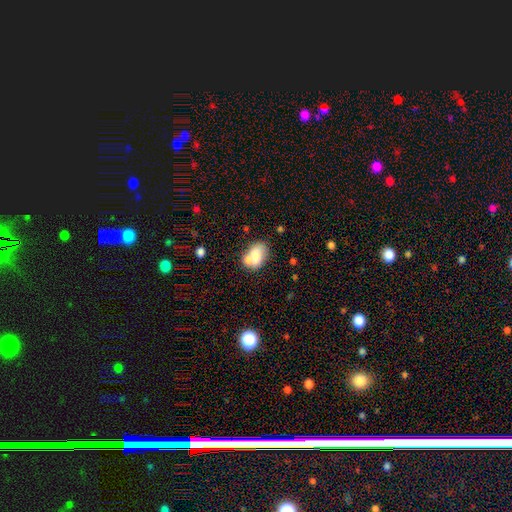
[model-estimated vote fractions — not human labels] Overall: smooth (68%). How rounded: in between (77%). Merging: none (41%; merger 36%).